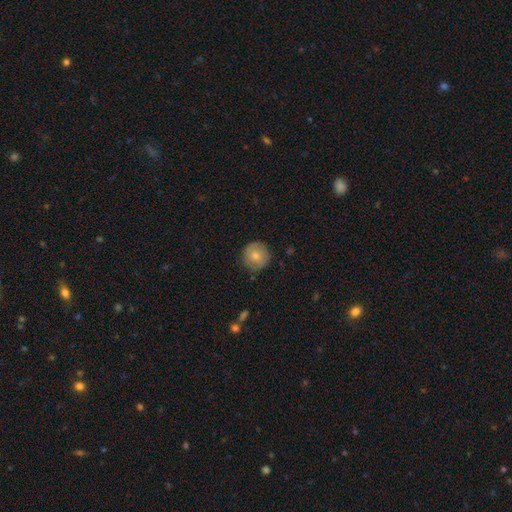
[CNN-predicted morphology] This appears to be a smooth galaxy with no disk features (68%) that is round (94%). Merging: none (82%).